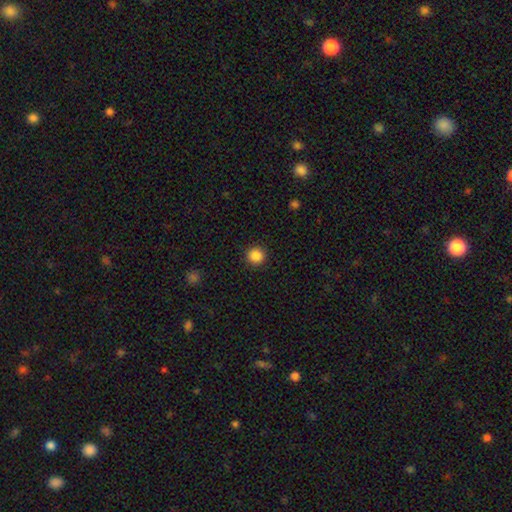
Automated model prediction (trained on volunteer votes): Morphology: type=smooth (87%); roundness=round (93%); merging=none (92%).